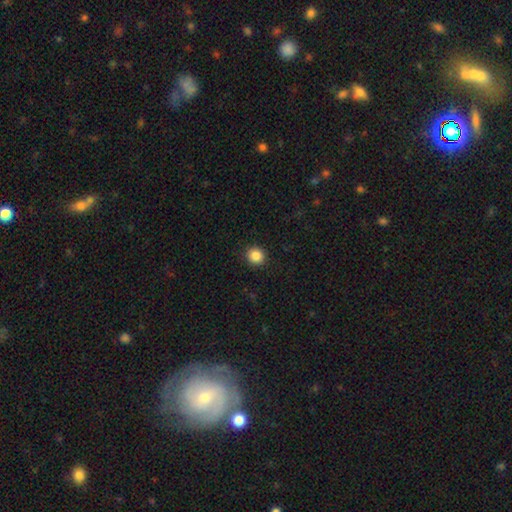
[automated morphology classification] Smooth or featured? Predicted: smooth (p=0.87). How rounded? Predicted: round (p=0.89). Merging? Predicted: none (p=0.92).